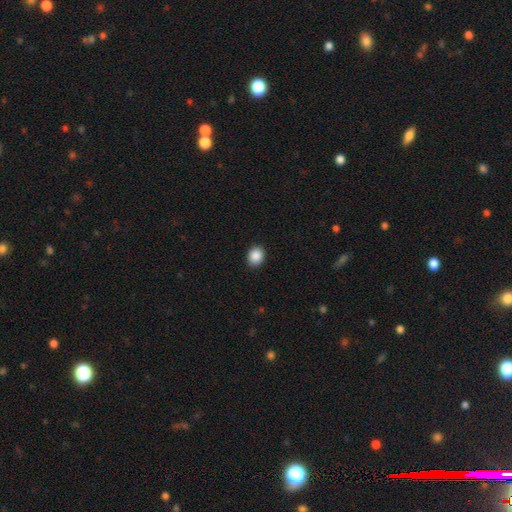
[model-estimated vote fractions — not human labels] Smooth or featured? smooth (89%)
How rounded? round (60%)
Merging? none (91%)